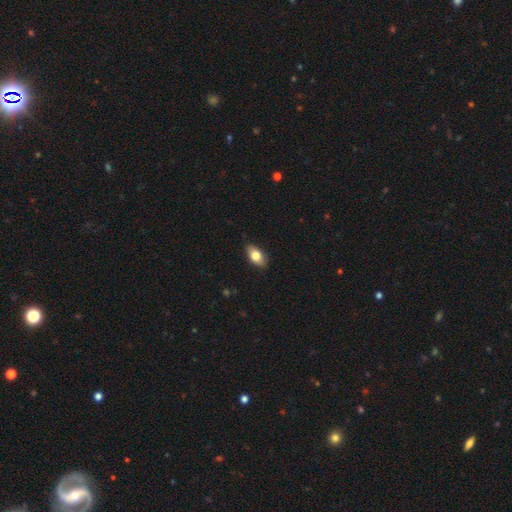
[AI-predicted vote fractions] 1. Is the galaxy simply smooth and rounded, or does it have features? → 78% smooth, 15% featured or disk, 7% star or artifact.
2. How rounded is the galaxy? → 91% in between, 6% round, 4% cigar-shaped.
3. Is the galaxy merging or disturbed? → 85% none, 12% minor disturbance, 2% major disturbance, 1% merger.